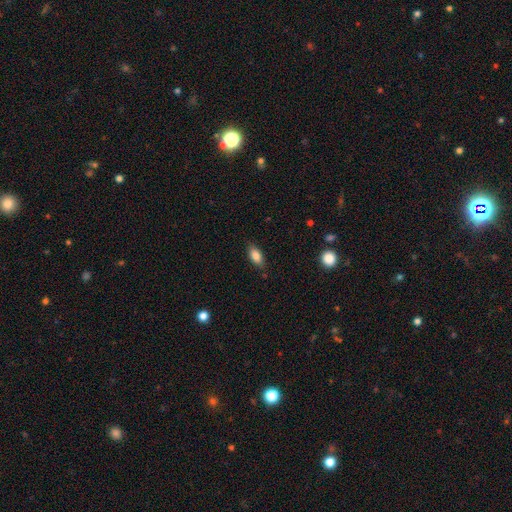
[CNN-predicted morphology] smooth 85%, star or artifact 8%, featured or disk 8%. Down the decision tree: how rounded — in between (87%); merging — none (83%).